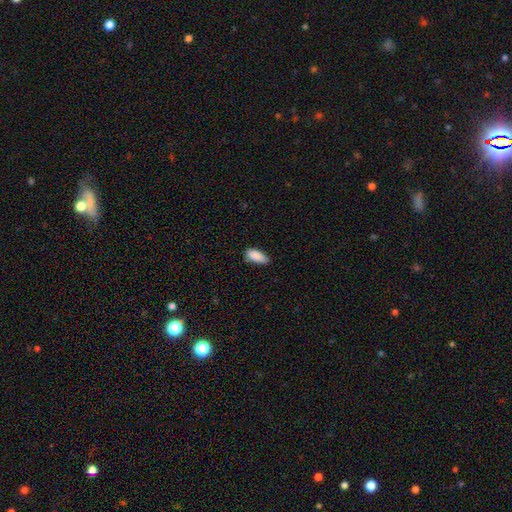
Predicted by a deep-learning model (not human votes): Smooth or featured? smooth (88%)
How rounded? in between (86%)
Merging? none (65%)